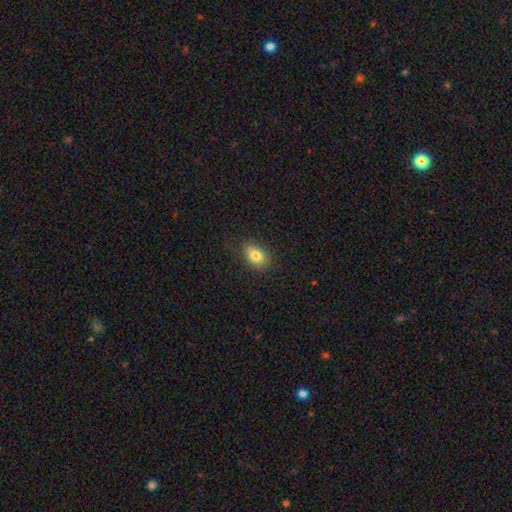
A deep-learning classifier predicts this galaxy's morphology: smooth-or-featured: smooth: 81% | star or artifact: 10% | featured or disk: 9%
  how-rounded: in between: 75% | round: 24% | cigar-shaped: 1%
  merging: none: 83% | minor disturbance: 13% | major disturbance: 3% | merger: 1%